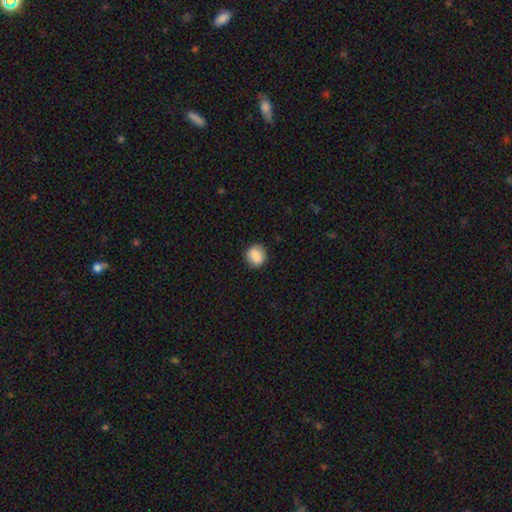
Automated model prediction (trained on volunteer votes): Smooth or featured? Predicted: smooth (p=0.88). How rounded? Predicted: round (p=0.81). Merging? Predicted: none (p=0.88).